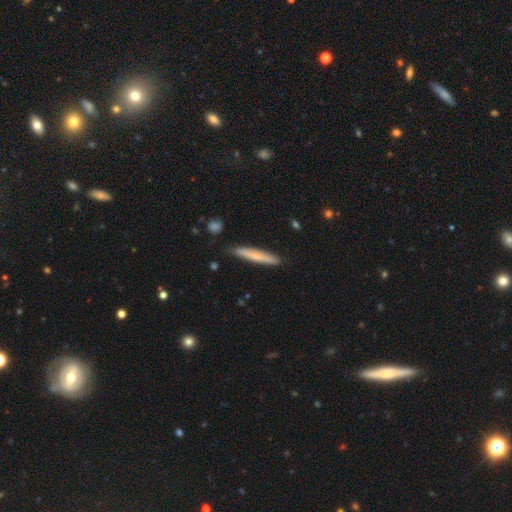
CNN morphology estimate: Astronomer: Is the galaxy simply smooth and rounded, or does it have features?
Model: smooth — 65%.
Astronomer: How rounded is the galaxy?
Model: cigar-shaped — 94%.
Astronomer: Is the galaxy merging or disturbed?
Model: none — 87%.